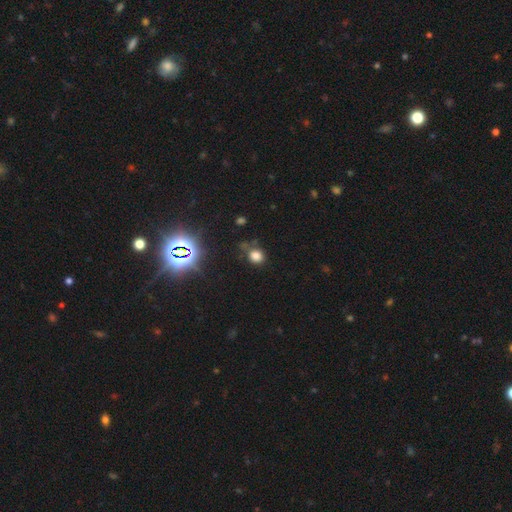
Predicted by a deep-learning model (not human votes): A smooth galaxy with no disk features (73%) that is round (69%). Merging: none (67%).